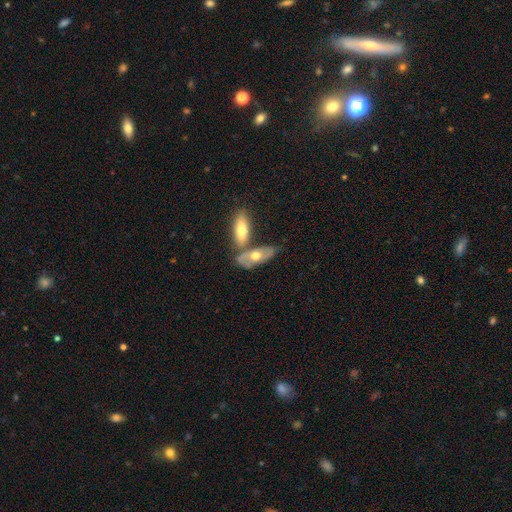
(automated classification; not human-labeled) Morphology: type=smooth (53%); roundness=in between (74%); merging=none (42%).